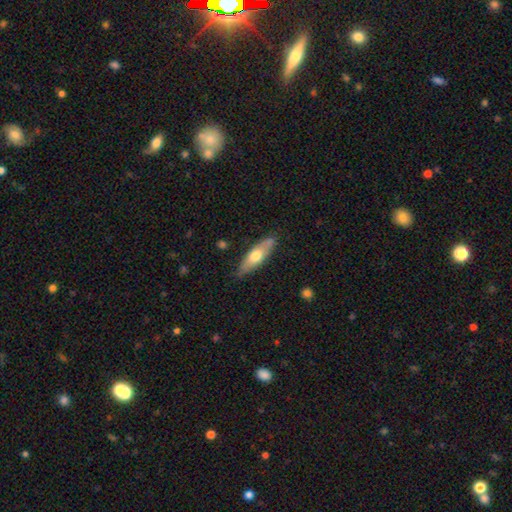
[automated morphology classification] This appears to be a smooth galaxy with no disk features (58%) that is cigar-shaped (51%). Merging: none (81%).